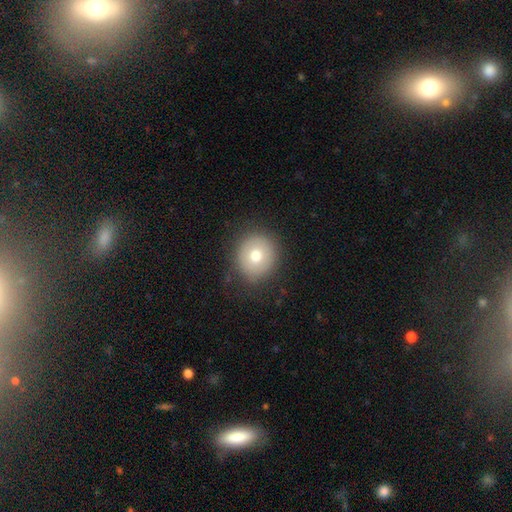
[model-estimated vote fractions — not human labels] A smooth galaxy with no disk features (71%) that is round (87%).

Vote fractions:
- Smooth or featured? smooth: 71% / featured or disk: 19% / star or artifact: 10%
- How rounded? round: 87% / in between: 12% / cigar-shaped: 1%
- Merging? none: 84% / minor disturbance: 11% / major disturbance: 4% / merger: 1%